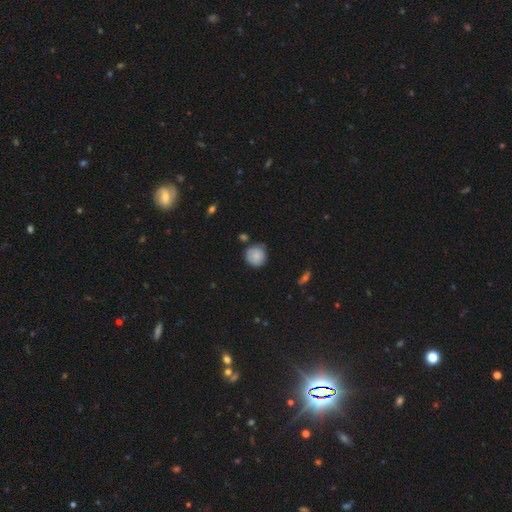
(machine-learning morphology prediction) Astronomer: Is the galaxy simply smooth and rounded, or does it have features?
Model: smooth — 80%.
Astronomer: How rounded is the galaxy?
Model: round — 91%.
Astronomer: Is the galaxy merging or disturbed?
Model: none — 73%.